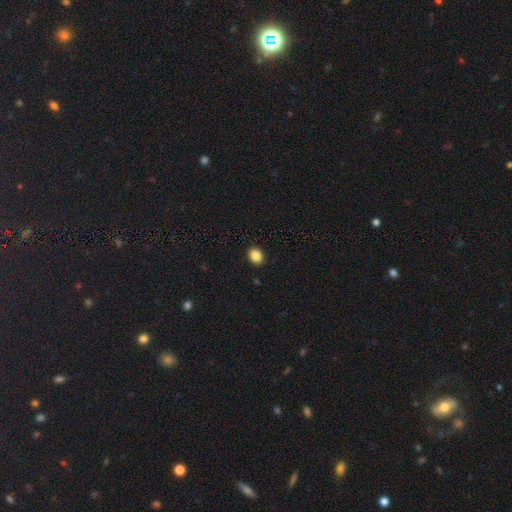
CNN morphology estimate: smooth_or_featured: smooth (p=0.87) [alt: star or artifact p=0.09]
how_rounded: in between (p=0.57) [alt: round p=0.42]
merging: none (p=0.91) [alt: minor disturbance p=0.06]